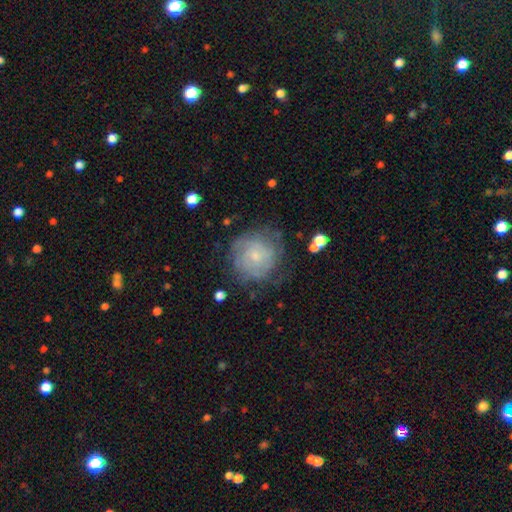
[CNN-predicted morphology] Smooth or featured? Predicted: featured or disk (p=0.64). Edge-on disk? Predicted: no (p=0.98). Bar? Predicted: no (p=0.72). Spiral arms? Predicted: yes (p=0.83). Spiral winding? Predicted: tight (p=0.67). Spiral arm count? Predicted: can't tell (p=0.53). Bulge size? Predicted: small (p=0.67). Merging? Predicted: none (p=0.70).